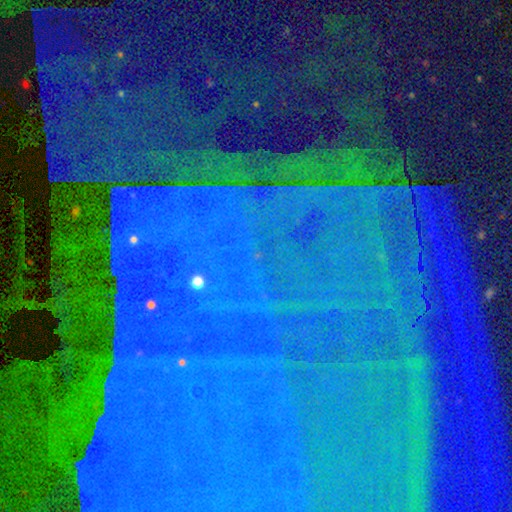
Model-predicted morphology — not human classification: The model was most divided on "smooth or featured": star or artifact: 87%, smooth: 7%, featured or disk: 7%.